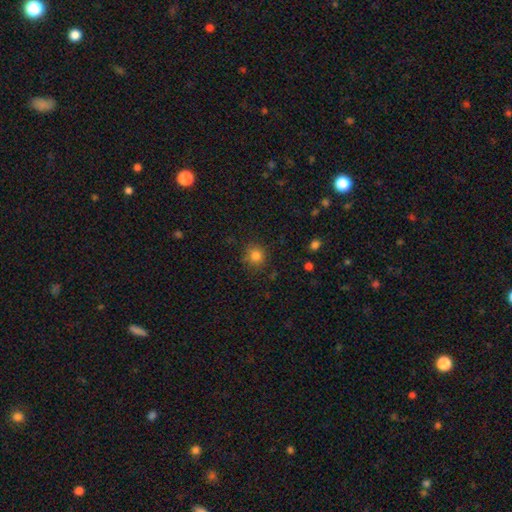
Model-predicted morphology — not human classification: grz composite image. It shows a smooth galaxy with no disk features (81%) that is round (86%). Merging: none (83%).